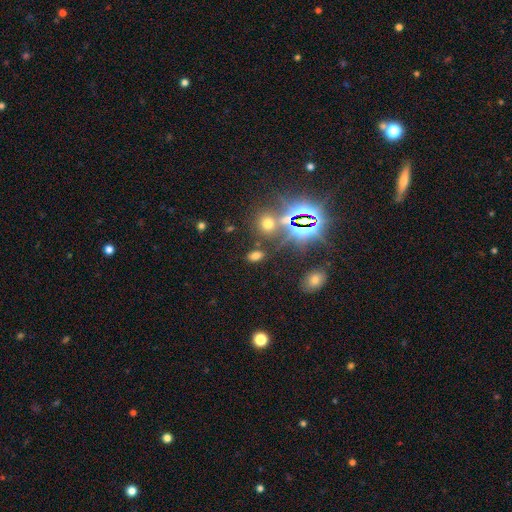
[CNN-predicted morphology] Overall: smooth (58%; star or artifact 34%). How rounded: in between (84%). Merging: none (79%).